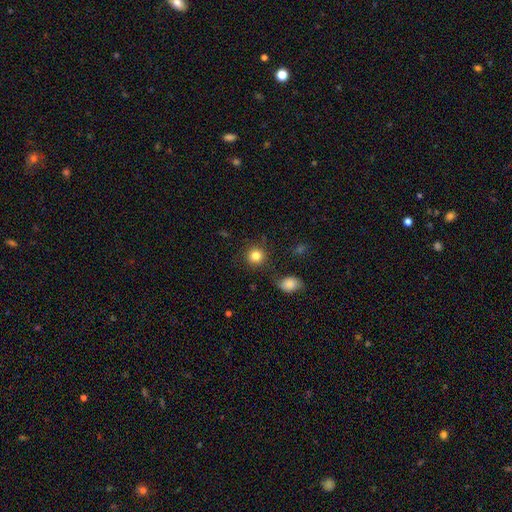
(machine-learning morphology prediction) The model was most divided on "smooth or featured": smooth: 84%, star or artifact: 11%, featured or disk: 6%. More confident: how rounded — round (91%); merging — none (84%).